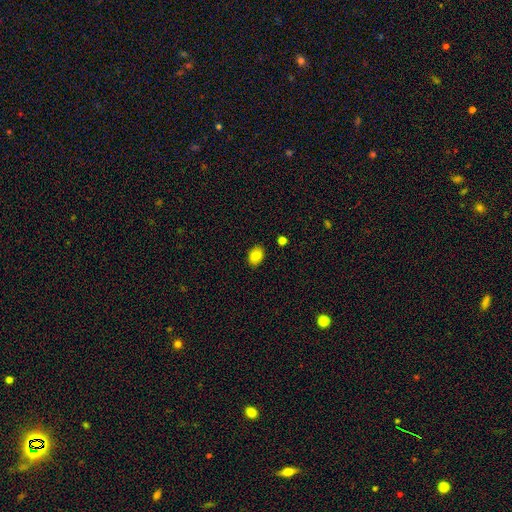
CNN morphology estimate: Smooth or featured? smooth (87%)
How rounded? in between (80%)
Merging? none (87%)